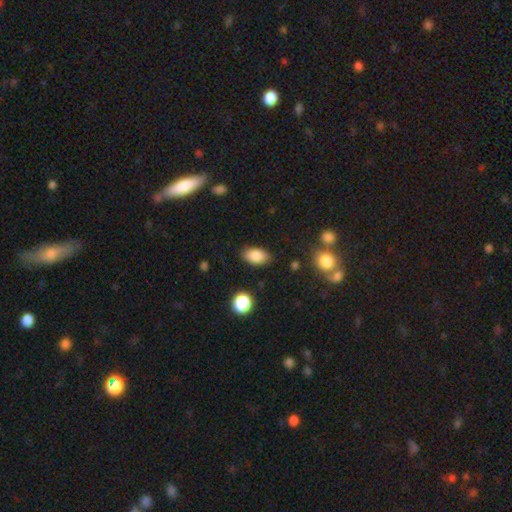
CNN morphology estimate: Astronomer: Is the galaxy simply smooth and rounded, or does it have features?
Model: smooth — 86%.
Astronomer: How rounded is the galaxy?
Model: in between — 92%.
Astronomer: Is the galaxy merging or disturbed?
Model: none — 86%.